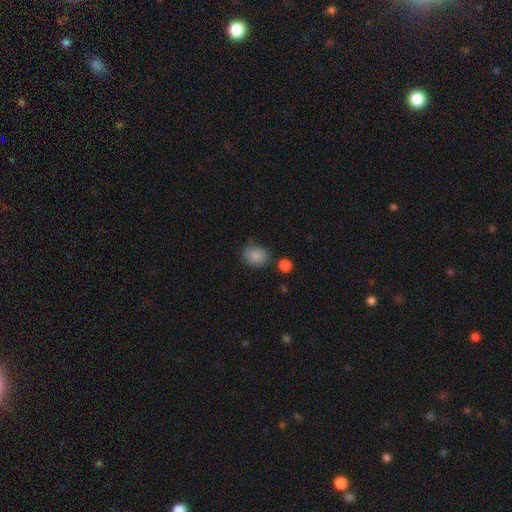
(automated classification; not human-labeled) smooth_or_featured: smooth (p=0.85) [alt: star or artifact p=0.09]
how_rounded: in between (p=0.53) [alt: round p=0.46]
merging: none (p=0.64) [alt: minor disturbance p=0.24]